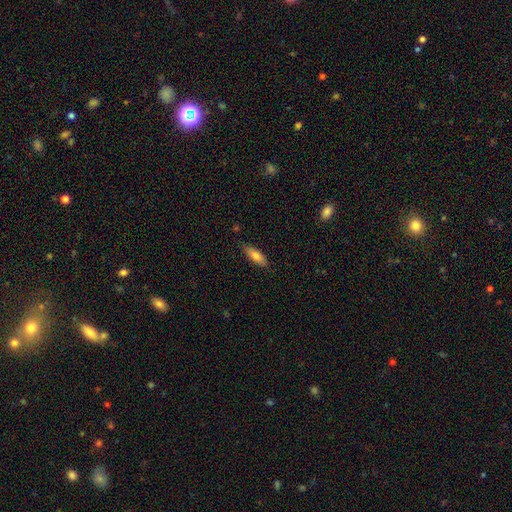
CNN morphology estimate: Smooth or featured? smooth (79%)
How rounded? in between (59%)
Merging? none (80%)